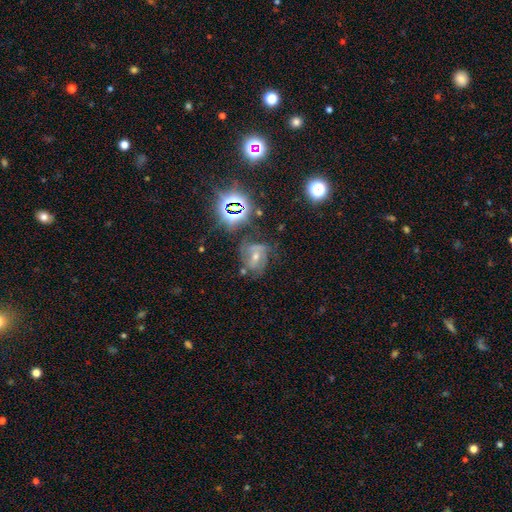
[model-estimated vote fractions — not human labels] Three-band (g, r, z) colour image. It shows a featured or disk galaxy (48%). Merging: none (64%).